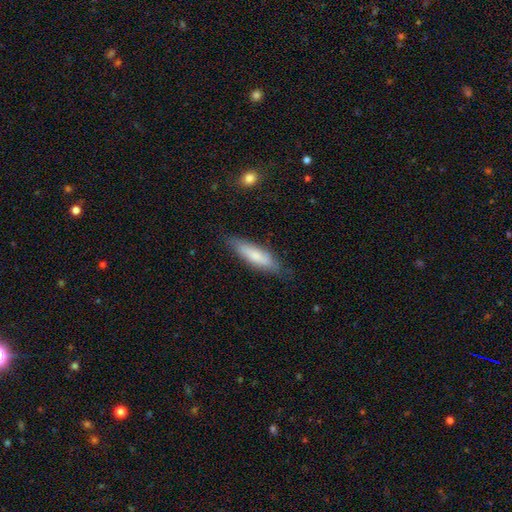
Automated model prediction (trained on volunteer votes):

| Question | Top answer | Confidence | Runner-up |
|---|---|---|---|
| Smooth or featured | smooth | 71% | featured or disk (23%) |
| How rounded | cigar-shaped | 68% | in between (31%) |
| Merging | none | 77% | minor disturbance (18%) |